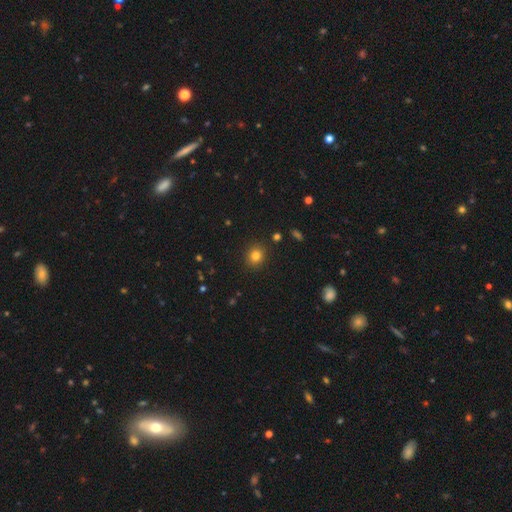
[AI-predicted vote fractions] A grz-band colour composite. It shows a smooth galaxy with no disk features (80%) that is round (81%). Merging: none (90%).